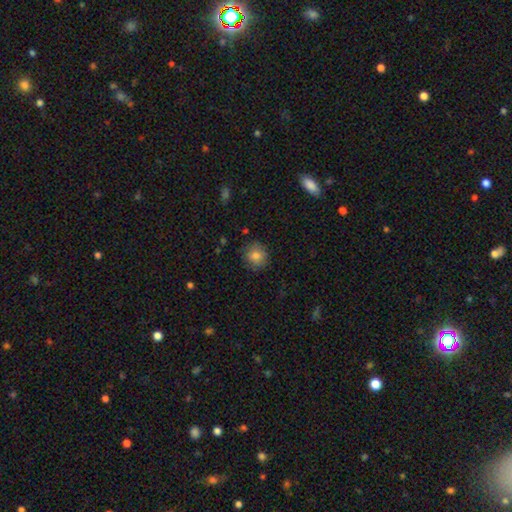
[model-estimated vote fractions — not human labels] Q: Smooth or featured?
A: smooth (83%); runner-up: star or artifact (9%)
Q: How rounded?
A: round (89%); runner-up: in between (10%)
Q: Merging?
A: none (85%); runner-up: minor disturbance (11%)